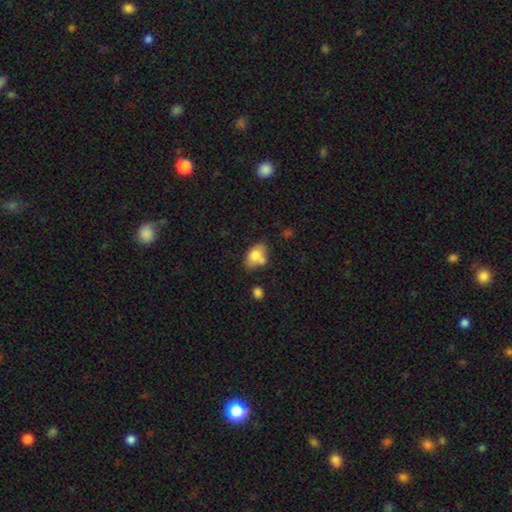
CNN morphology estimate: Overall: smooth (76%). How rounded: in between (81%). Merging: none (48%; minor disturbance 23%).